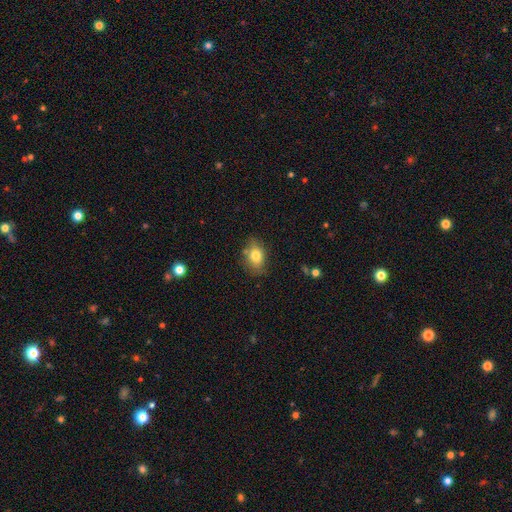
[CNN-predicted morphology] This appears to be a smooth galaxy with no disk features (79%) that is in between round and cigar-shaped (75%). Merging: none (74%).